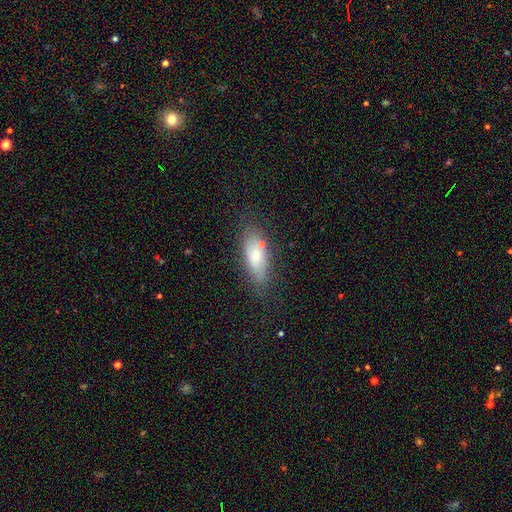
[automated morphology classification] Smooth or featured? Predicted: smooth (p=0.66). How rounded? Predicted: in between (p=0.79). Merging? Predicted: none (p=0.69).